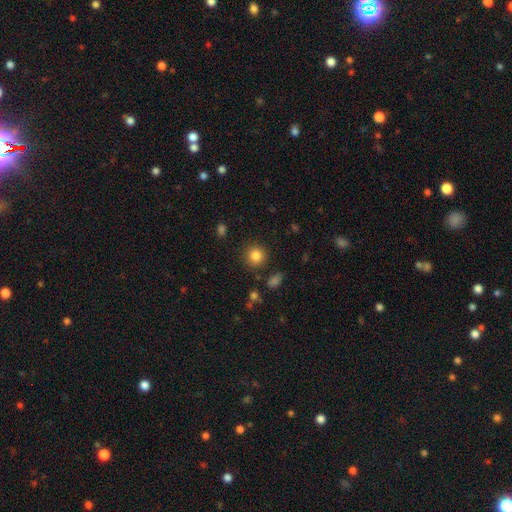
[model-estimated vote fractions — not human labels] Overall: smooth (84%). How rounded: round (92%). Merging: none (88%).